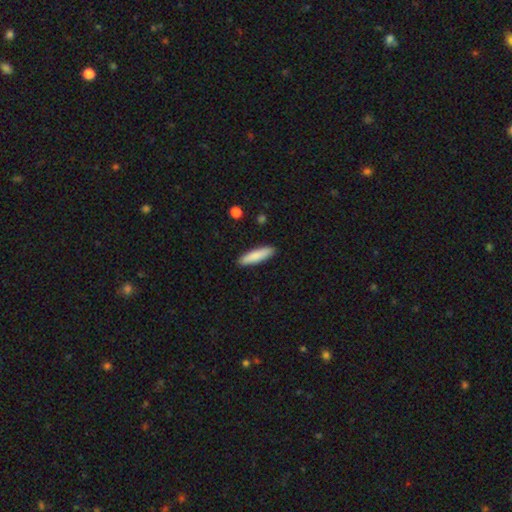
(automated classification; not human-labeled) This is clearly a smooth galaxy (85%). How rounded: likely cigar-shaped (77%). Merging: clearly none (90%).